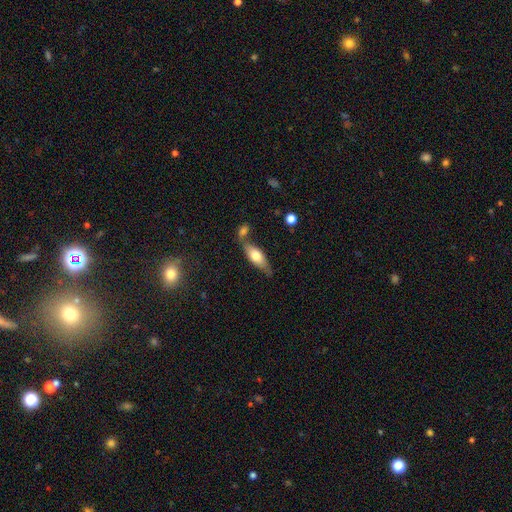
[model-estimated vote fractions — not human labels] The model was most divided on "merging": none: 54%, merger: 22%, minor disturbance: 18%, major disturbance: 5%. More confident: how rounded — in between (71%); smooth or featured — smooth (64%).